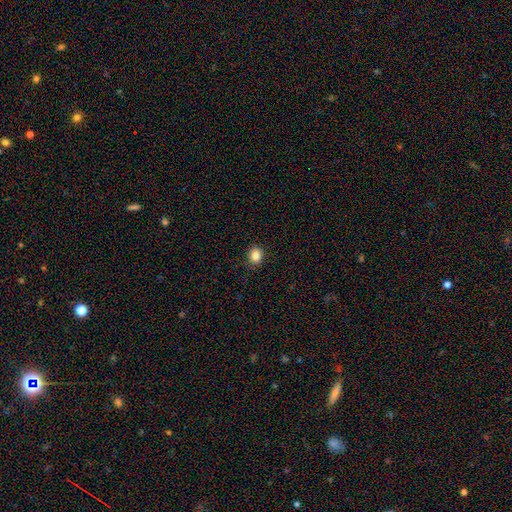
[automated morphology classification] A smooth galaxy with no disk features (85%) that is round (62%). Merging: none (88%).